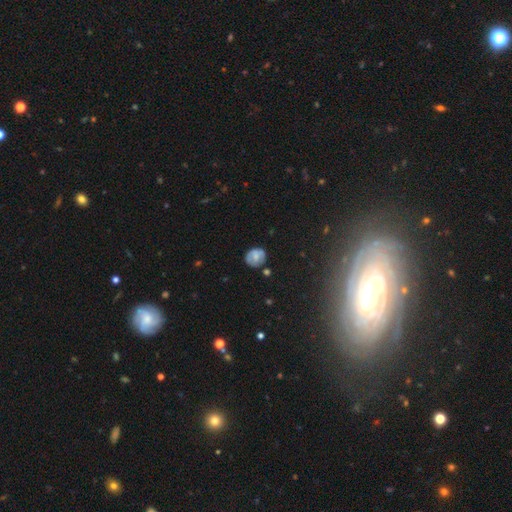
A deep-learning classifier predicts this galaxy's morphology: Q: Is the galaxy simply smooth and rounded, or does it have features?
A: smooth — 58%.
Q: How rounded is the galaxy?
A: round — 72%.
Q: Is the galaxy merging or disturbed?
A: none — 68%.